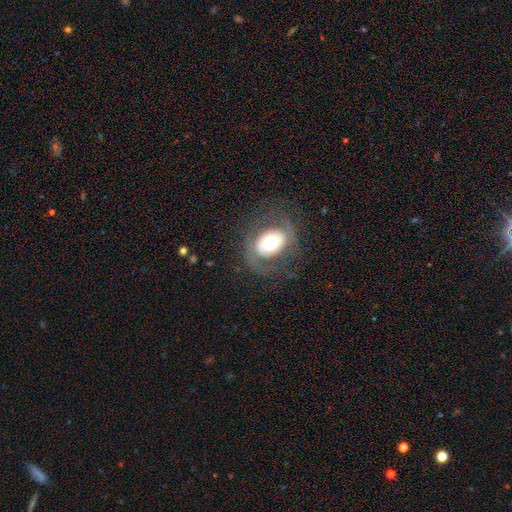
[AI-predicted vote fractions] This is likely a featured or disk galaxy (67%). It is clearly not viewed edge-on (96%). Bar: likely no (66%). Spiral arm pattern: likely yes (65%). Central bulge: marginally moderate (43%). Merging: likely none (72%).